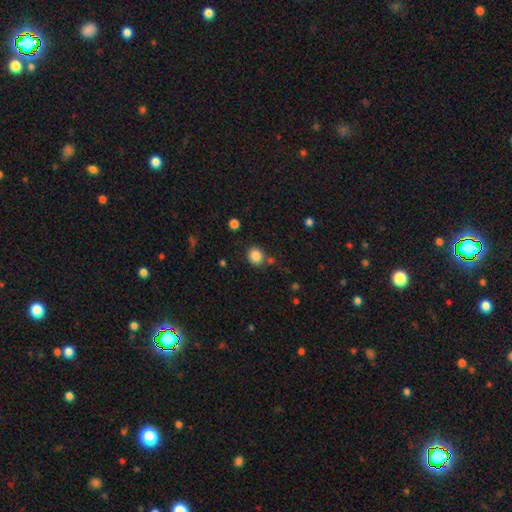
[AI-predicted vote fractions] Overall: smooth (85%). How rounded: round (79%). Merging: none (79%).